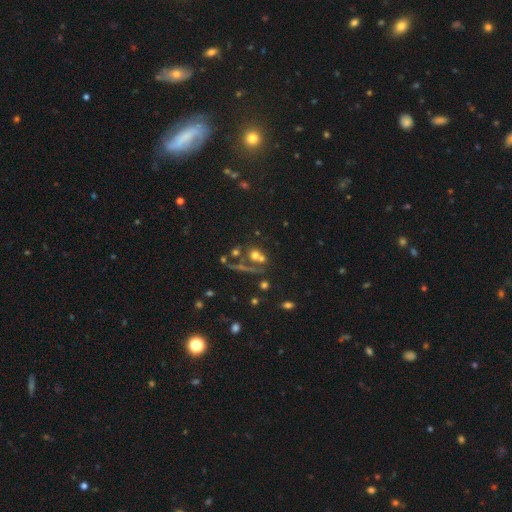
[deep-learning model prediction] smooth-or-featured: smooth: 53% | featured or disk: 24% | star or artifact: 24%
  how-rounded: round: 75% | in between: 22% | cigar-shaped: 3%
  merging: merger: 41% | none: 40% | major disturbance: 10% | minor disturbance: 9%